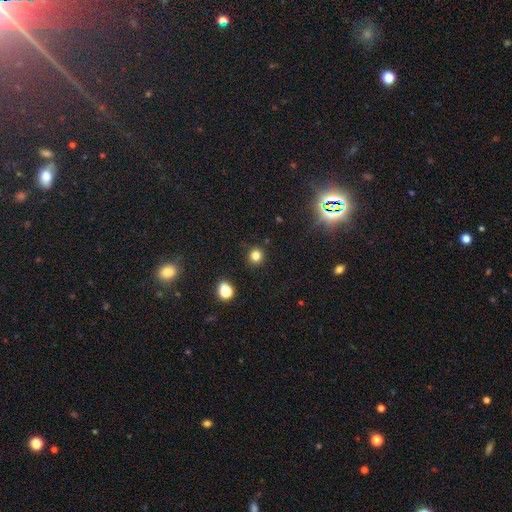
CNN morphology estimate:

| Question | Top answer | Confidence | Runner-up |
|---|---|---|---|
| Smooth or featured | smooth | 80% | star or artifact (15%) |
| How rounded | round | 92% | in between (7%) |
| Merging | none | 89% | minor disturbance (7%) |